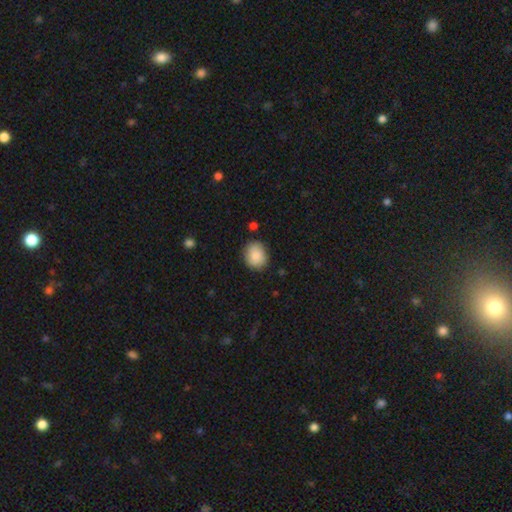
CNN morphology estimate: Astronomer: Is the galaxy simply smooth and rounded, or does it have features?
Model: smooth — 88%.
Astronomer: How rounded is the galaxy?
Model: round — 60% (runner-up: in between, 39%).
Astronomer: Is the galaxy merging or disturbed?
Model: none — 80%.